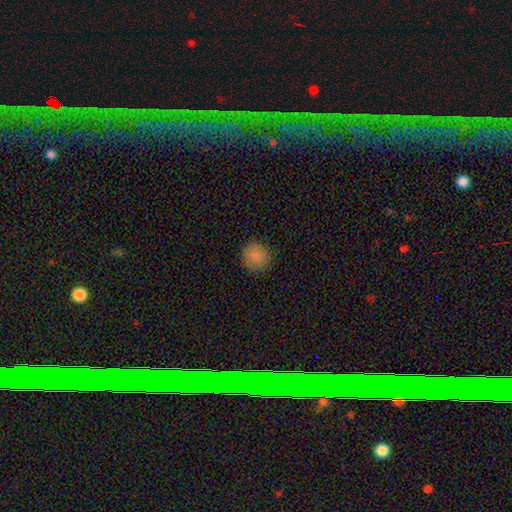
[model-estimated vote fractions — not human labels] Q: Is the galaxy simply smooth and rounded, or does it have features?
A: smooth — 84%.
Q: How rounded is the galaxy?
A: round — 90%.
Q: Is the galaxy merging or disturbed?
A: none — 88%.